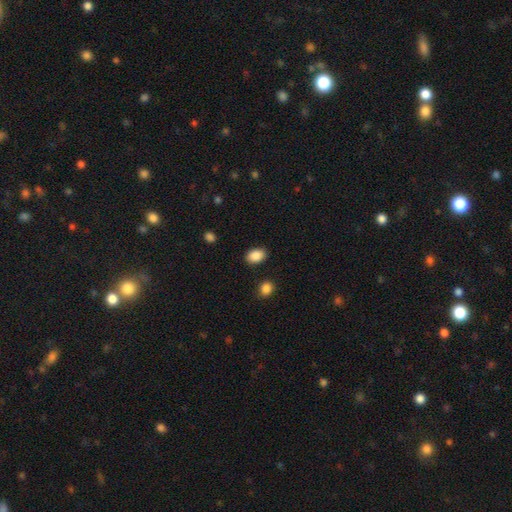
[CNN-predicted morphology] A smooth galaxy with no disk features (89%) that is in between round and cigar-shaped (80%). Merging: none (86%).